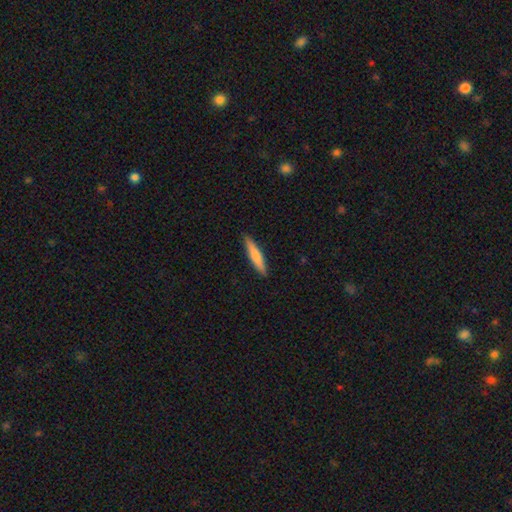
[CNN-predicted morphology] Q: Smooth or featured?
A: smooth (74%); runner-up: featured or disk (21%)
Q: How rounded?
A: cigar-shaped (89%); runner-up: in between (10%)
Q: Merging?
A: none (90%); runner-up: minor disturbance (7%)